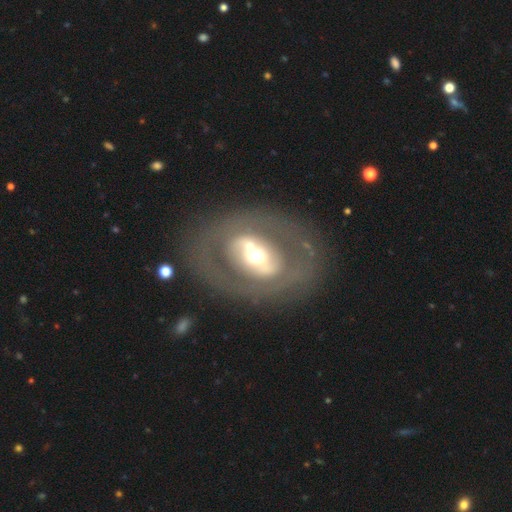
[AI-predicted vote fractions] The model was most divided on "bar": no: 58%, strong: 21%, weak: 20%. More confident: edge-on disk — no (93%); spiral arms — no (83%); merging — none (72%); smooth or featured — featured or disk (65%); bulge size — moderate (62%).